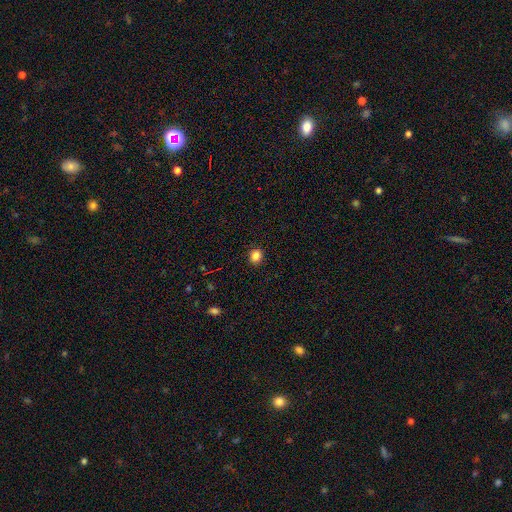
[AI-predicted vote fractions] smooth-or-featured: smooth: 85% | star or artifact: 12% | featured or disk: 4%
  how-rounded: round: 81% | in between: 19% | cigar-shaped: 1%
  merging: none: 92% | minor disturbance: 6% | major disturbance: 2% | merger: 1%